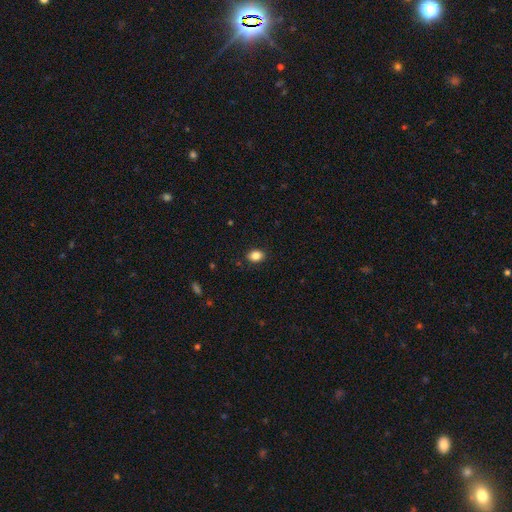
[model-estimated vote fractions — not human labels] smooth_or_featured: smooth (p=0.86) [alt: star or artifact p=0.09]
how_rounded: in between (p=0.66) [alt: round p=0.33]
merging: none (p=0.89) [alt: minor disturbance p=0.08]